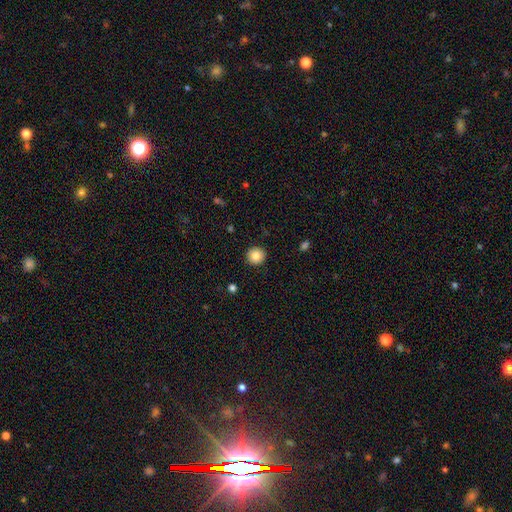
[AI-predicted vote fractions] Overall: smooth (85%). How rounded: round (94%). Merging: none (92%).